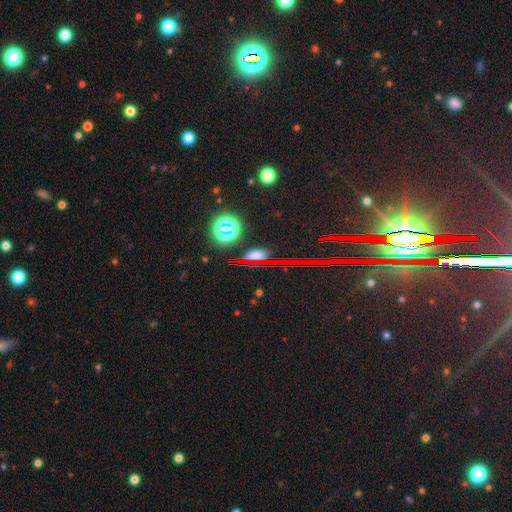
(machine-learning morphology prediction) Q: Smooth or featured?
A: star or artifact (64%); runner-up: smooth (26%)